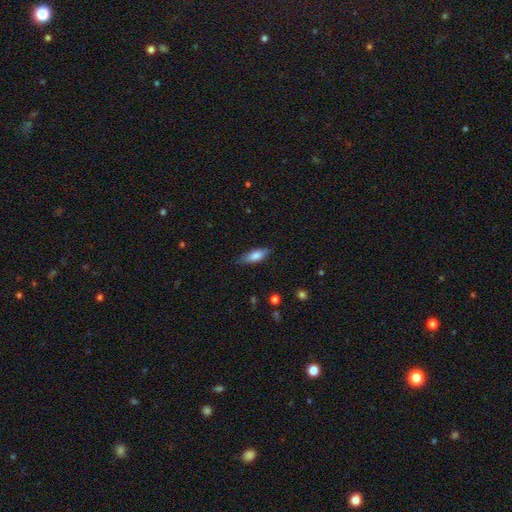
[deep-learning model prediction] A smooth galaxy with no disk features (78%) that is in between round and cigar-shaped (65%).

Vote fractions:
- Smooth or featured? smooth: 78% / featured or disk: 16% / star or artifact: 6%
- How rounded? in between: 65% / cigar-shaped: 33% / round: 2%
- Merging? none: 78% / minor disturbance: 18% / major disturbance: 3% / merger: 1%